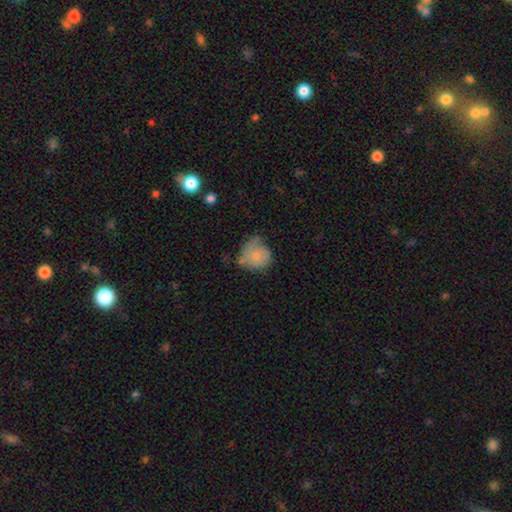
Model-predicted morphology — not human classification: A smooth galaxy with no disk features (68%) that is round (80%). Merging: minor disturbance (40%).